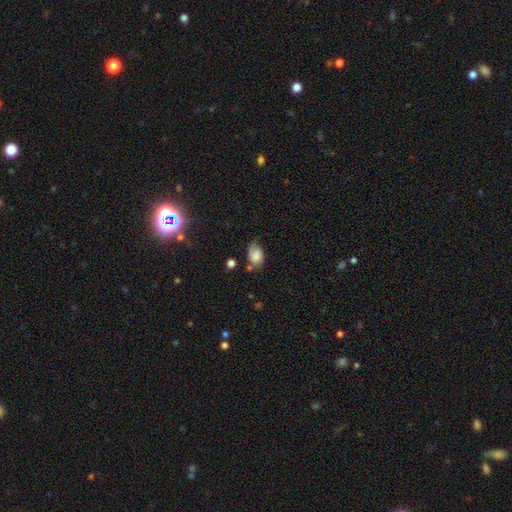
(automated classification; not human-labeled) Smooth or featured? smooth (73%)
How rounded? in between (80%)
Merging? none (46%)